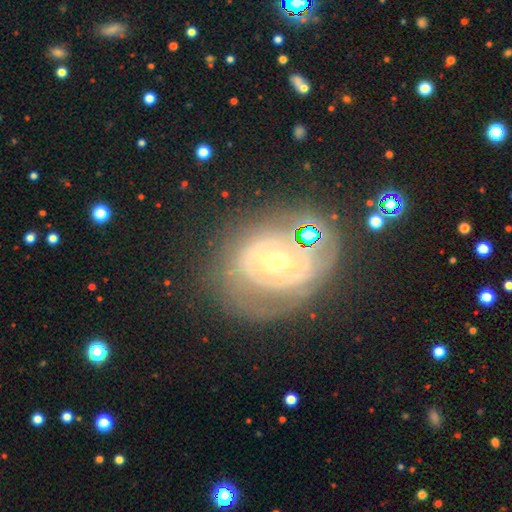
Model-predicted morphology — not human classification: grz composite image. It shows a featured or disk galaxy (75%) with no bar (52%), spiral arms (59%) and a moderate central bulge (48%). Merging: none (61%).